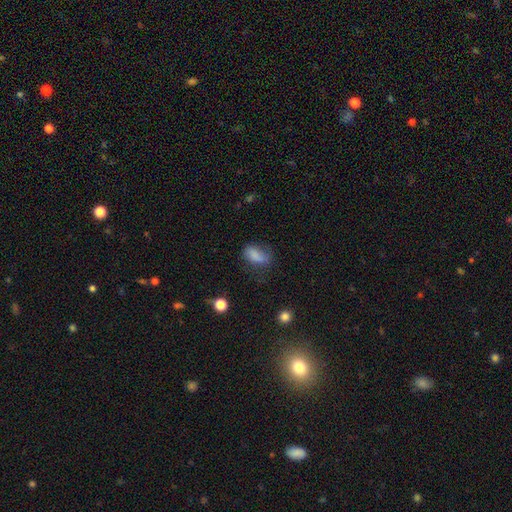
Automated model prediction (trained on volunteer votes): A smooth galaxy with no disk features (78%) that is in between round and cigar-shaped (87%).

Vote fractions:
- Smooth or featured? smooth: 78% / featured or disk: 12% / star or artifact: 10%
- How rounded? in between: 87% / round: 8% / cigar-shaped: 5%
- Merging? none: 47% / minor disturbance: 31% / major disturbance: 19% / merger: 3%